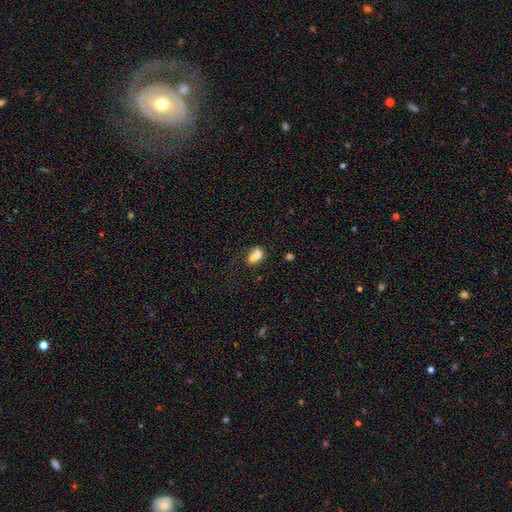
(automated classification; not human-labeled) smooth 73%, featured or disk 17%, star or artifact 11%. Down the decision tree: how rounded — in between (70%); merging — merger (54%).